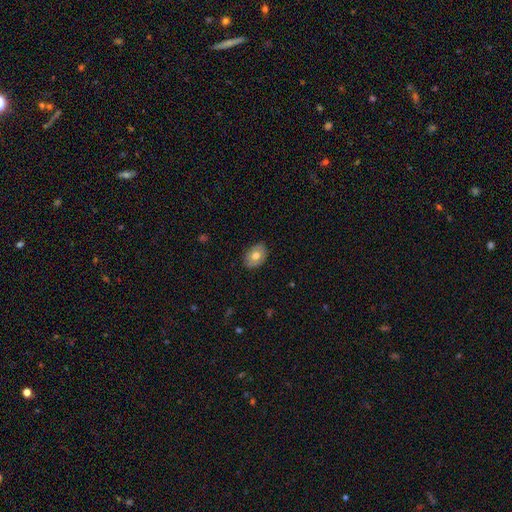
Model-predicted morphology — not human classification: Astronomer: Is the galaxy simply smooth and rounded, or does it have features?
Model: smooth — 67%.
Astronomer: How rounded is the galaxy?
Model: in between — 73%.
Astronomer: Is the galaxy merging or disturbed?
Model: none — 84%.